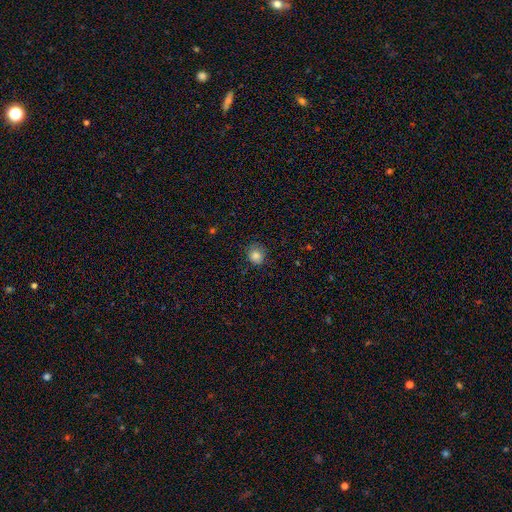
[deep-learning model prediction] smooth-or-featured: smooth: 84% | star or artifact: 11% | featured or disk: 6%
  how-rounded: round: 86% | in between: 13% | cigar-shaped: 1%
  merging: none: 79% | minor disturbance: 16% | major disturbance: 3% | merger: 1%